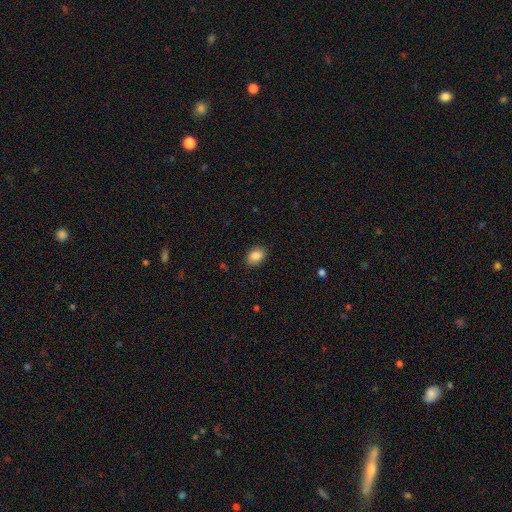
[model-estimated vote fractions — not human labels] This is clearly a smooth galaxy (86%). How rounded: likely in between (73%). Merging: clearly none (87%).